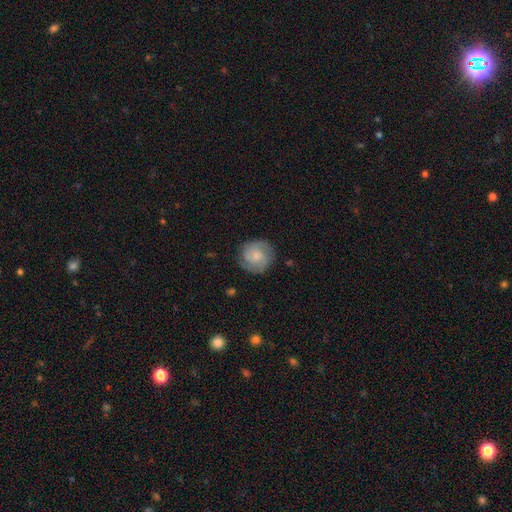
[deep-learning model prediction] smooth_or_featured: featured or disk (p=0.59) [alt: smooth p=0.34]
disk_edge_on: no (p=0.98) [alt: yes p=0.02]
bar: no (p=0.64) [alt: weak p=0.32]
has_spiral_arms: yes (p=0.93) [alt: no p=0.07]
spiral_winding: tight (p=0.48) [alt: medium p=0.41]
spiral_arm_count: 2 (p=0.66) [alt: can't tell p=0.14]
bulge_size: small (p=0.46) [alt: moderate p=0.32]
merging: none (p=0.82) [alt: minor disturbance p=0.12]